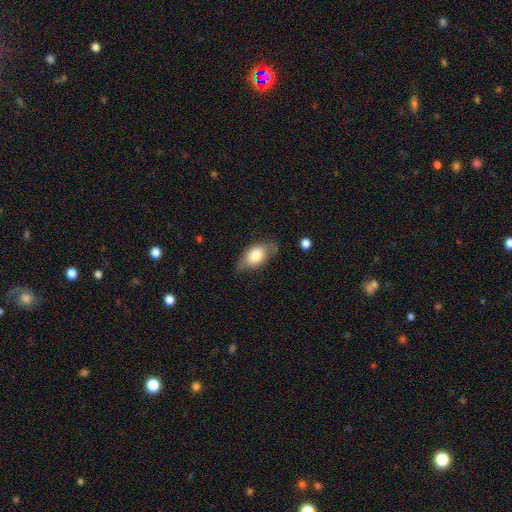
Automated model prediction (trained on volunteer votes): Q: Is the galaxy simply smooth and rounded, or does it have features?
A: smooth — 72%.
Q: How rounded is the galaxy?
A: in between — 88%.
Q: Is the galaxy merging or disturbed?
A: none — 63%.